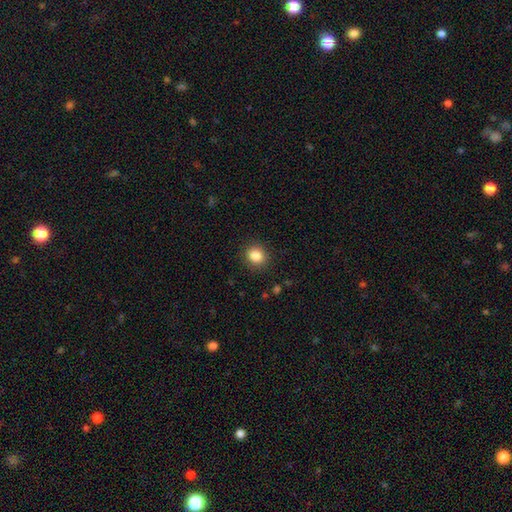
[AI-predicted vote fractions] This is clearly a smooth galaxy (85%). How rounded: clearly round (81%). Merging: clearly none (90%).